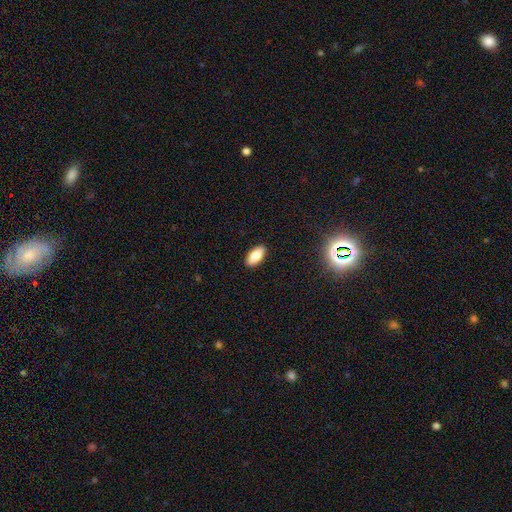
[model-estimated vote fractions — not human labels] A smooth galaxy with no disk features (81%) that is in between round and cigar-shaped (87%).

Vote fractions:
- Smooth or featured? smooth: 81% / featured or disk: 11% / star or artifact: 8%
- How rounded? in between: 87% / cigar-shaped: 11% / round: 2%
- Merging? none: 90% / minor disturbance: 7% / major disturbance: 2% / merger: 1%